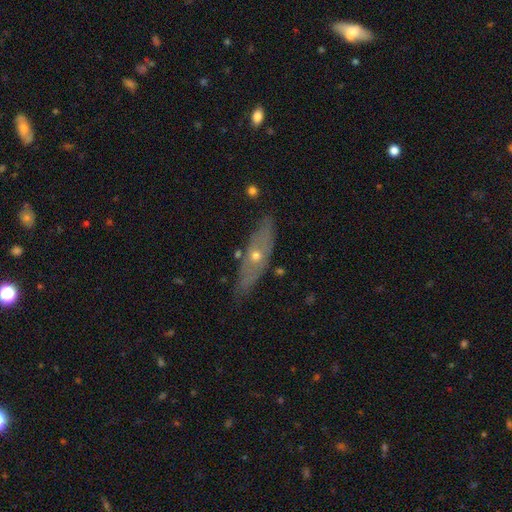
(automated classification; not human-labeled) Smooth or featured: featured or disk — 58% (smooth — 35%)
Edge-on disk: no — 51% (yes — 49%)
Merging: none — 78% (minor disturbance — 15%)